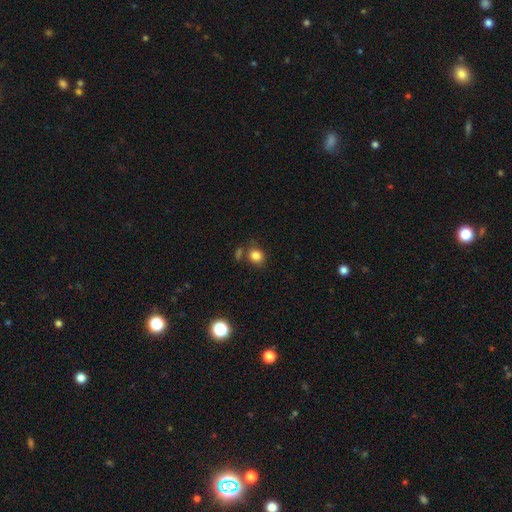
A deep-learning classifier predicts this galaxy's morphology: A smooth galaxy with no disk features (83%) that is round (65%).

Vote fractions:
- Smooth or featured? smooth: 83% / star or artifact: 11% / featured or disk: 6%
- How rounded? round: 65% / in between: 34% / cigar-shaped: 1%
- Merging? none: 71% / minor disturbance: 14% / merger: 11% / major disturbance: 4%